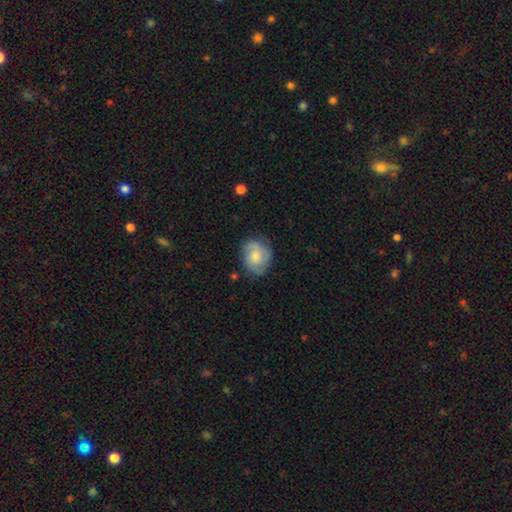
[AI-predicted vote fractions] Smooth or featured?
  - smooth: 55% *
  - featured or disk: 38%
  - star or artifact: 7%
How rounded?
  - round: 58% *
  - in between: 41%
  - cigar-shaped: 1%
Merging?
  - none: 71% *
  - minor disturbance: 21%
  - major disturbance: 6%
  - merger: 2%